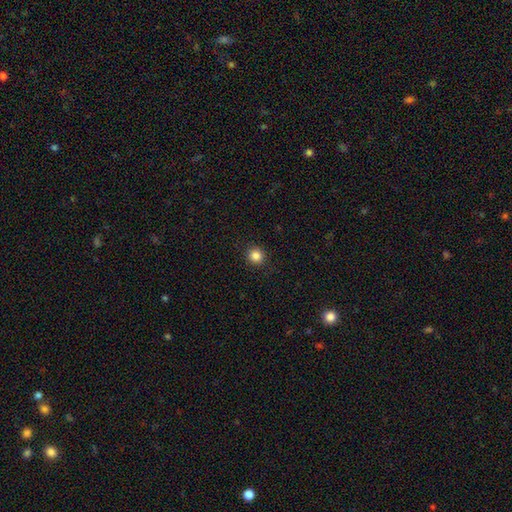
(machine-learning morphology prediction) type=smooth (85%); roundness=round (93%); merging=none (92%).